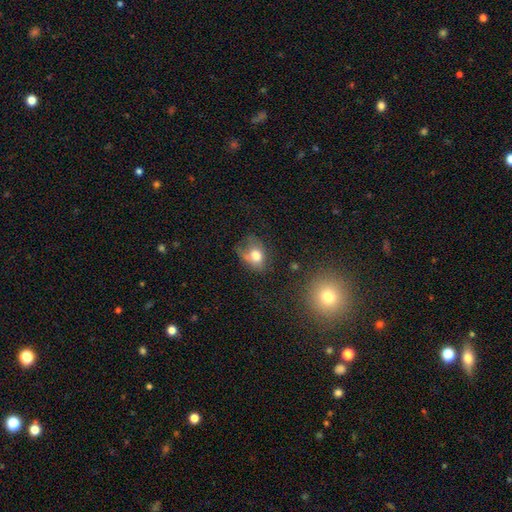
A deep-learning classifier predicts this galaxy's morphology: Smooth or featured?
  - smooth: 69% *
  - featured or disk: 20%
  - star or artifact: 11%
How rounded?
  - in between: 67% *
  - round: 32%
  - cigar-shaped: 1%
Merging?
  - none: 36% *
  - minor disturbance: 31%
  - major disturbance: 28%
  - merger: 5%